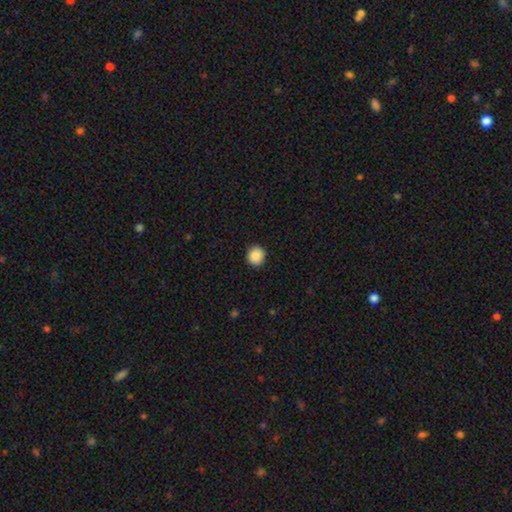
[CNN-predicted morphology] A smooth galaxy with no disk features (88%) that is round (89%).

Vote fractions:
- Smooth or featured? smooth: 88% / star or artifact: 9% / featured or disk: 3%
- How rounded? round: 89% / in between: 10% / cigar-shaped: 1%
- Merging? none: 91% / minor disturbance: 6% / major disturbance: 2% / merger: 1%